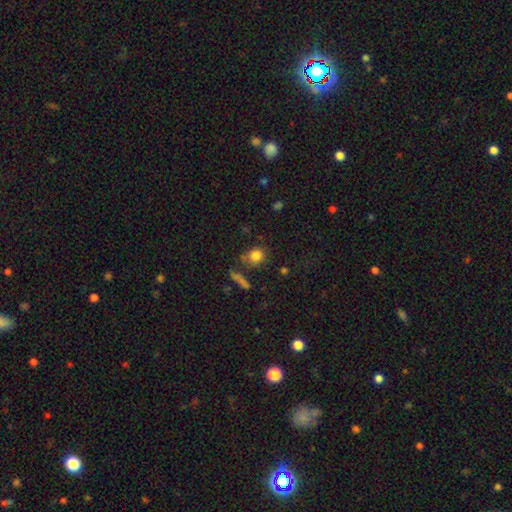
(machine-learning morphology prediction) Smooth or featured? smooth (81%)
How rounded? round (72%)
Merging? none (69%)